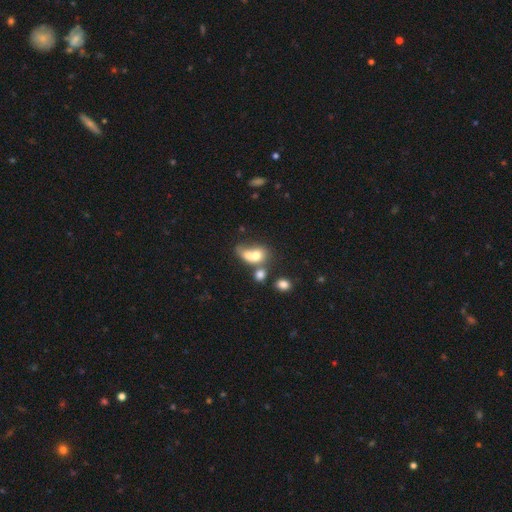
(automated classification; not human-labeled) smooth 67%, featured or disk 22%, star or artifact 11%. Down the decision tree: how rounded — in between (59%); merging — merger (65%).